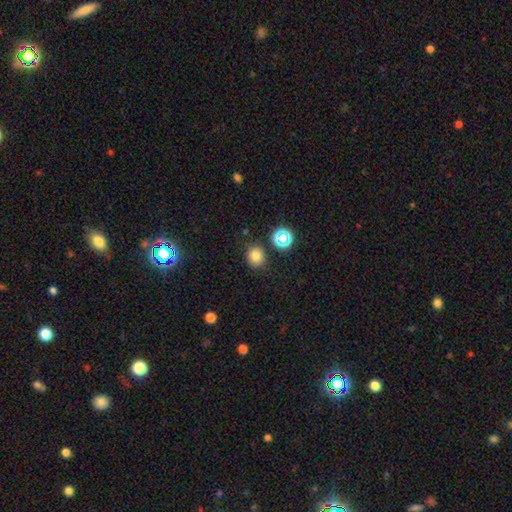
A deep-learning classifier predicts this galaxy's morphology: The model was most divided on "how rounded": round: 70%, in between: 29%, cigar-shaped: 1%. More confident: merging — none (82%); smooth or featured — smooth (76%).